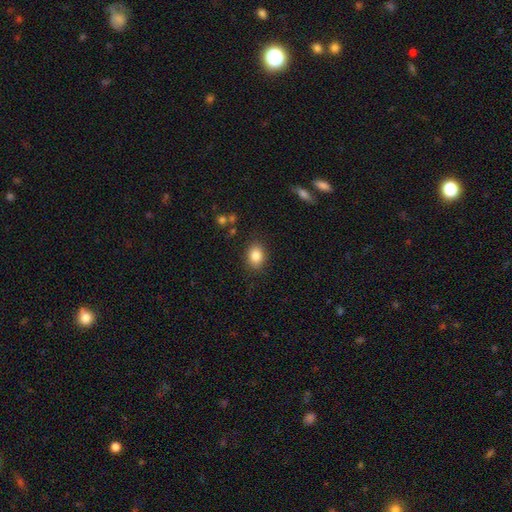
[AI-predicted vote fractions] smooth-or-featured: smooth: 85% | star or artifact: 9% | featured or disk: 6%
  how-rounded: in between: 60% | round: 39% | cigar-shaped: 1%
  merging: none: 86% | minor disturbance: 9% | major disturbance: 3% | merger: 2%